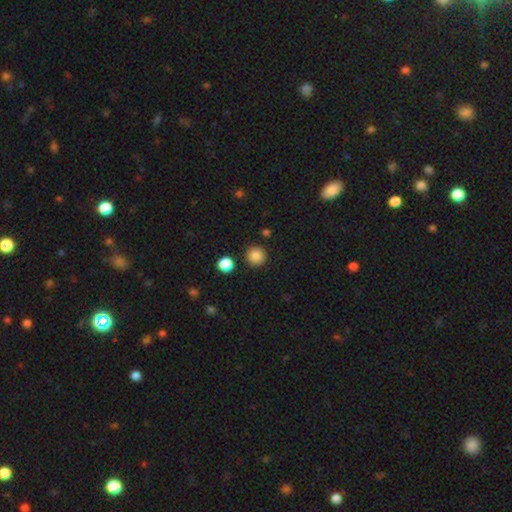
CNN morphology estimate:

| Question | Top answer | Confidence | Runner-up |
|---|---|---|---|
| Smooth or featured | smooth | 86% | star or artifact (10%) |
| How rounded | round | 95% | in between (4%) |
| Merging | none | 90% | minor disturbance (6%) |